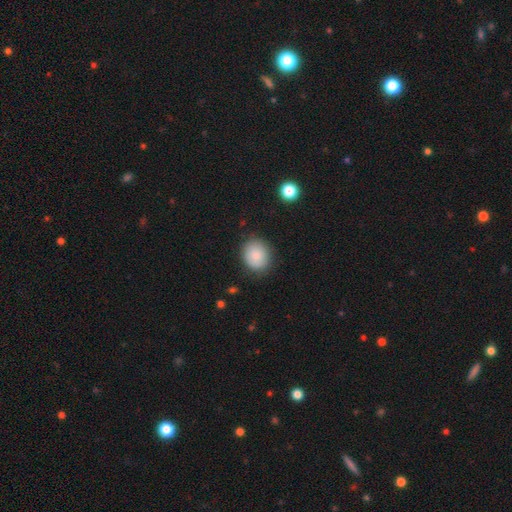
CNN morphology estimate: The model was most divided on "how rounded": round: 65%, in between: 35%, cigar-shaped: 1%. More confident: smooth or featured — smooth (86%); merging — none (84%).